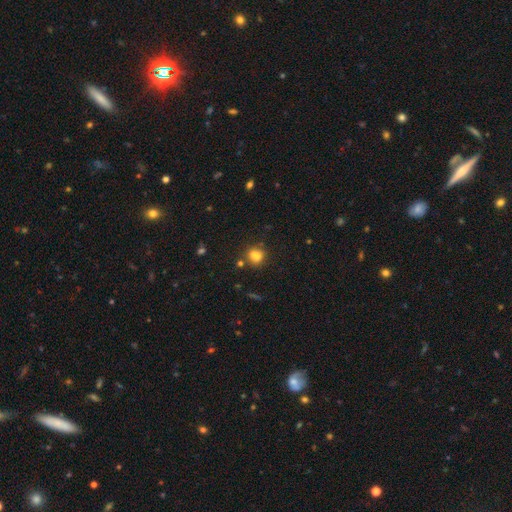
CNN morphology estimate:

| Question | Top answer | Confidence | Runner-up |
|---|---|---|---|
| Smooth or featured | smooth | 76% | star or artifact (14%) |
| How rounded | round | 67% | in between (31%) |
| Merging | none | 60% | merger (20%) |